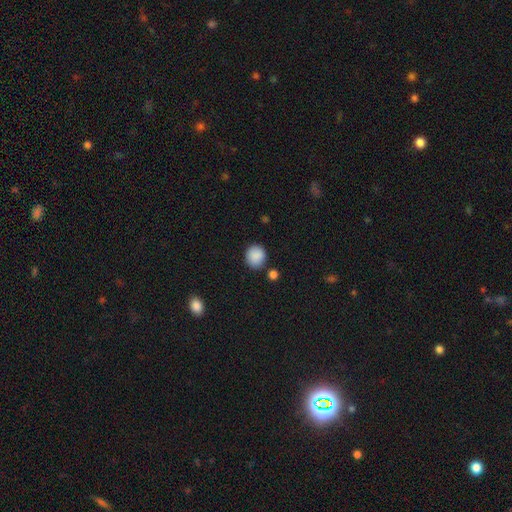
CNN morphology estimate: A smooth galaxy with no disk features (89%) that is round (82%).

Vote fractions:
- Smooth or featured? smooth: 89% / star or artifact: 8% / featured or disk: 4%
- How rounded? round: 82% / in between: 17% / cigar-shaped: 1%
- Merging? none: 83% / minor disturbance: 10% / merger: 4% / major disturbance: 3%